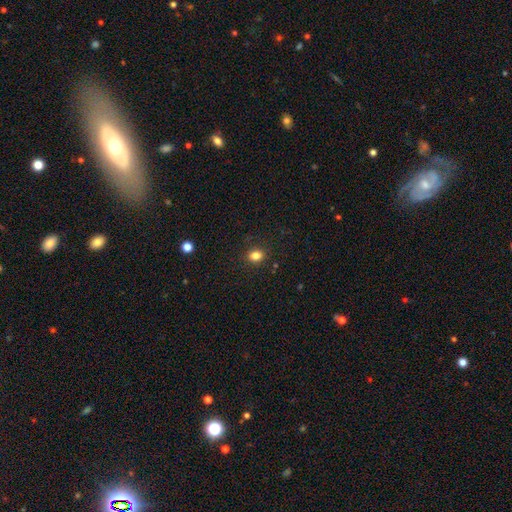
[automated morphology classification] This is clearly a smooth galaxy (83%). How rounded: possibly in between (50%). Merging: clearly none (88%).